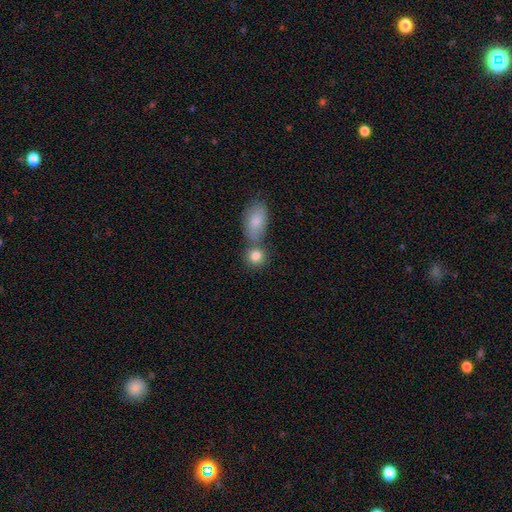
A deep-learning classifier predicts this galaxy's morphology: Overall: smooth (83%). How rounded: round (75%). Merging: none (56%; merger 32%).